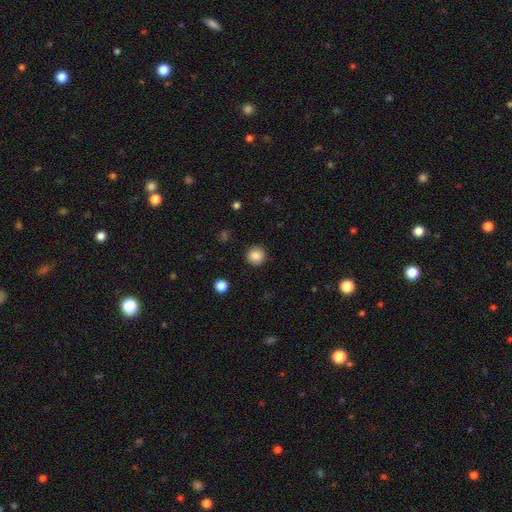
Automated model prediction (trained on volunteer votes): Morphology: type=smooth (86%); roundness=round (92%); merging=none (91%).